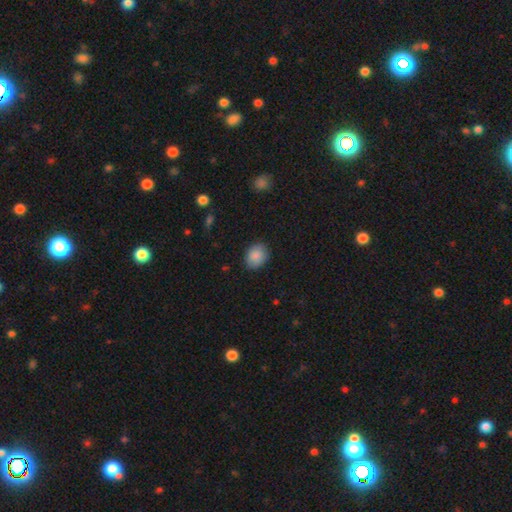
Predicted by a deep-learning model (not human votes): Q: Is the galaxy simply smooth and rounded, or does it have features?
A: smooth — 88%.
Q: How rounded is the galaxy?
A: in between — 59%.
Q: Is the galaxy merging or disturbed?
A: none — 86%.